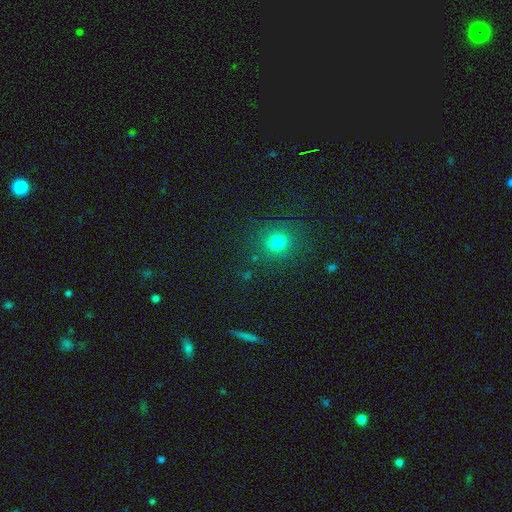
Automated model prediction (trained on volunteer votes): This is possibly a smooth galaxy (54%). How rounded: clearly round (90%). Merging: clearly none (88%).